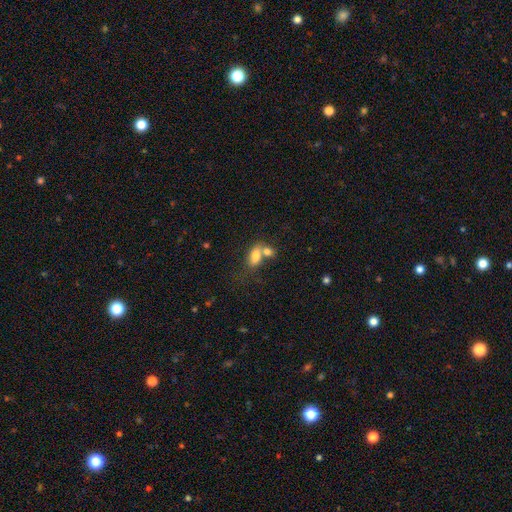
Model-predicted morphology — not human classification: smooth-or-featured: smooth: 77% | featured or disk: 15% | star or artifact: 9%
  how-rounded: in between: 87% | round: 10% | cigar-shaped: 4%
  merging: merger: 57% | none: 27% | minor disturbance: 10% | major disturbance: 6%